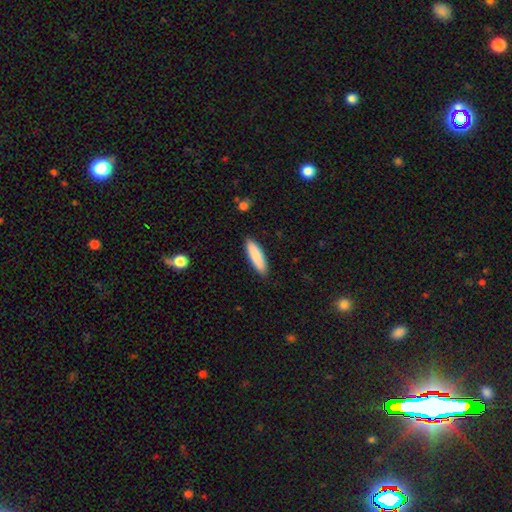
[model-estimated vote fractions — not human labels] This appears to be a smooth galaxy with no disk features (86%) that is cigar-shaped (69%). Merging: none (89%).